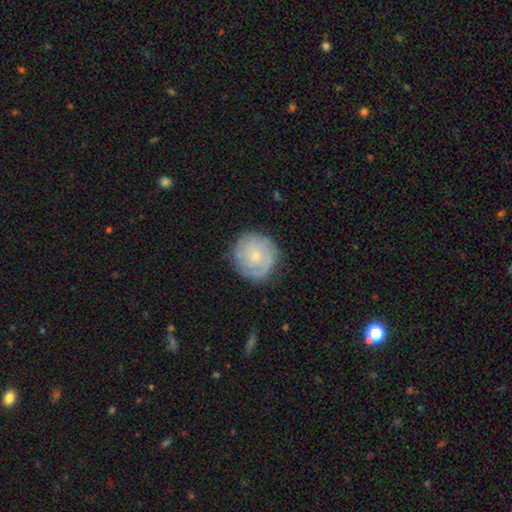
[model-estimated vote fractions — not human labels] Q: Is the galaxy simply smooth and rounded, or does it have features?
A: featured or disk — 51%.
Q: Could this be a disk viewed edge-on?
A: no — 97%.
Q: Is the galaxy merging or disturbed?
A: none — 78%.